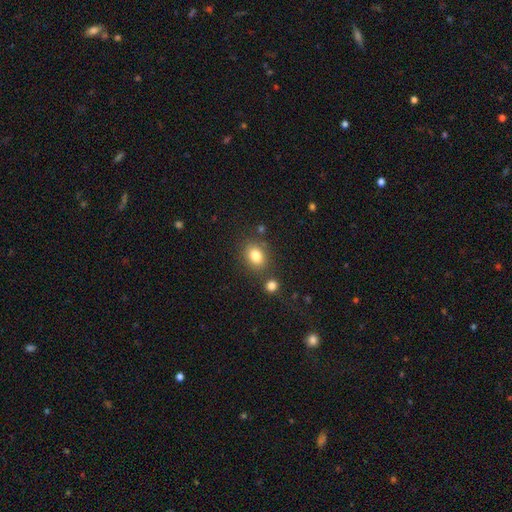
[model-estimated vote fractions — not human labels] Smooth or featured? Predicted: smooth (p=0.82). How rounded? Predicted: in between (p=0.55). Merging? Predicted: none (p=0.75).